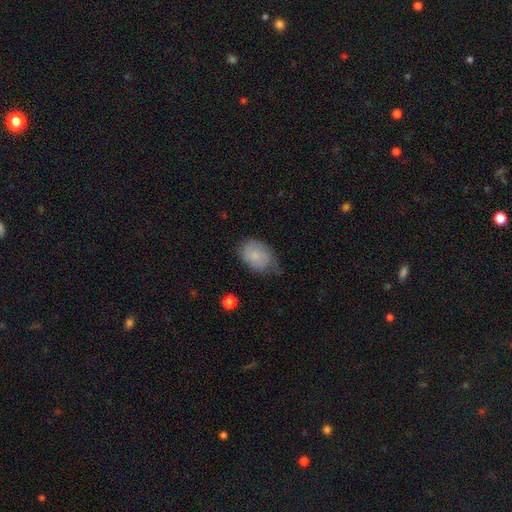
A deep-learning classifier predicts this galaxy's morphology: smooth_or_featured: smooth (p=0.71) [alt: featured or disk p=0.22]
how_rounded: in between (p=0.76) [alt: round p=0.23]
merging: none (p=0.49) [alt: minor disturbance p=0.38]